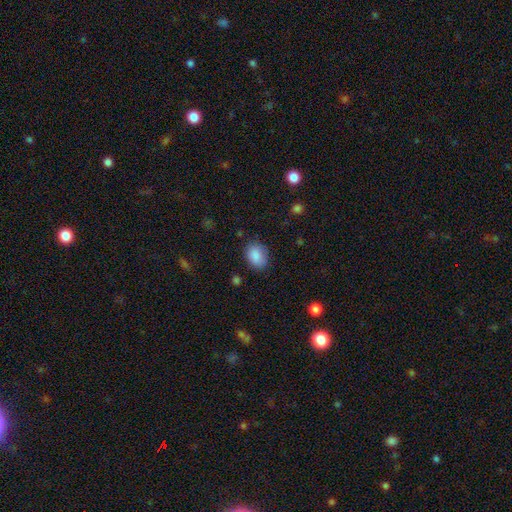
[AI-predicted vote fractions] This is clearly a smooth galaxy (87%). How rounded: likely in between (71%). Merging: likely none (78%).